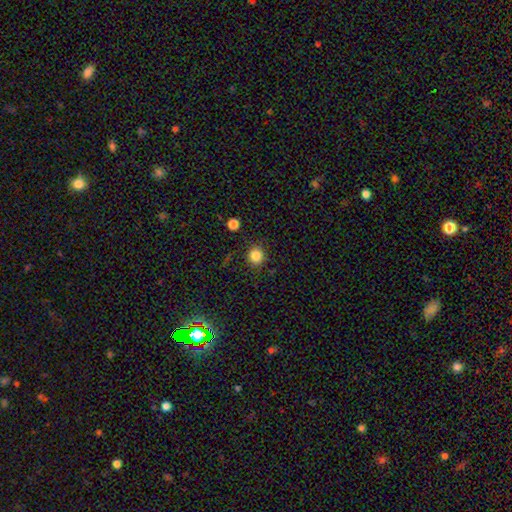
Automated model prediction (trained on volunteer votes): smooth_or_featured: smooth (p=0.83) [alt: star or artifact p=0.12]
how_rounded: round (p=0.89) [alt: in between p=0.10]
merging: none (p=0.87) [alt: minor disturbance p=0.08]